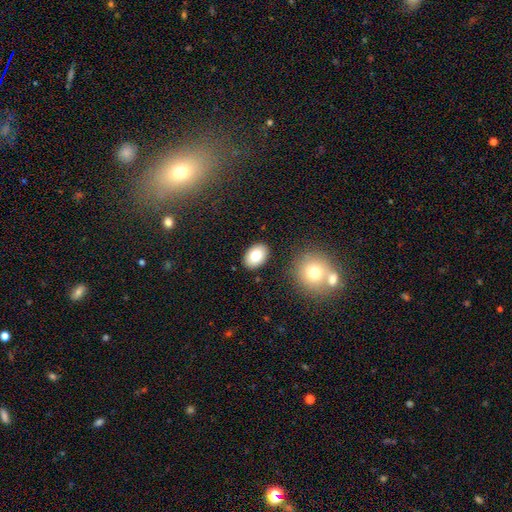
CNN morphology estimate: A smooth galaxy with no disk features (80%) that is in between round and cigar-shaped (83%).

Vote fractions:
- Smooth or featured? smooth: 80% / featured or disk: 12% / star or artifact: 8%
- How rounded? in between: 83% / round: 16% / cigar-shaped: 1%
- Merging? none: 87% / minor disturbance: 8% / merger: 3% / major disturbance: 2%